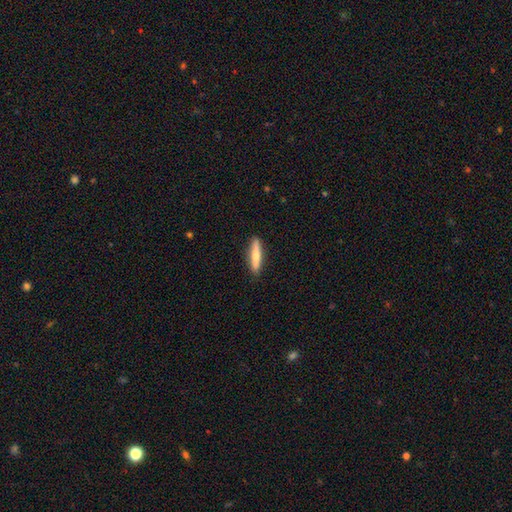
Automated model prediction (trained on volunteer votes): Smooth or featured? Predicted: smooth (p=0.67). How rounded? Predicted: cigar-shaped (p=0.85). Merging? Predicted: none (p=0.90).